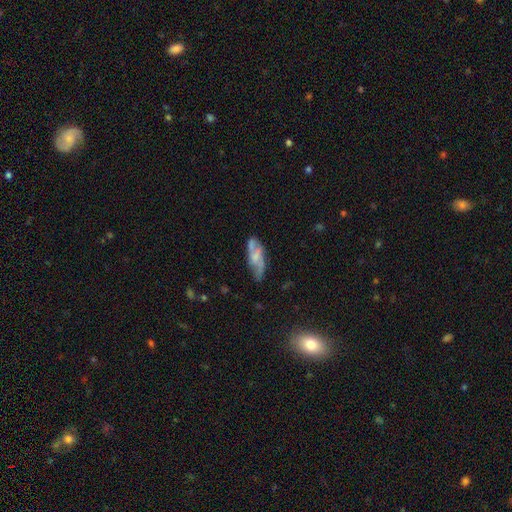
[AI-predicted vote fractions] Smooth or featured: featured or disk — 52% (smooth — 40%)
Edge-on disk: no — 81% (yes — 19%)
Merging: none — 46% (minor disturbance — 28%)